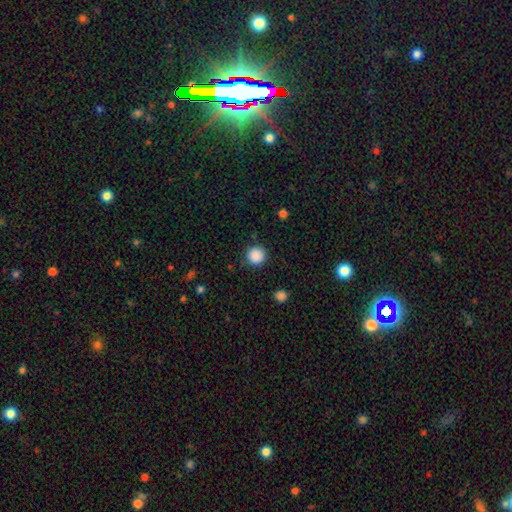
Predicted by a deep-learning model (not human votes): Smooth or featured: smooth — 88% (star or artifact — 10%)
How rounded: round — 95% (in between — 4%)
Merging: none — 89% (minor disturbance — 7%)